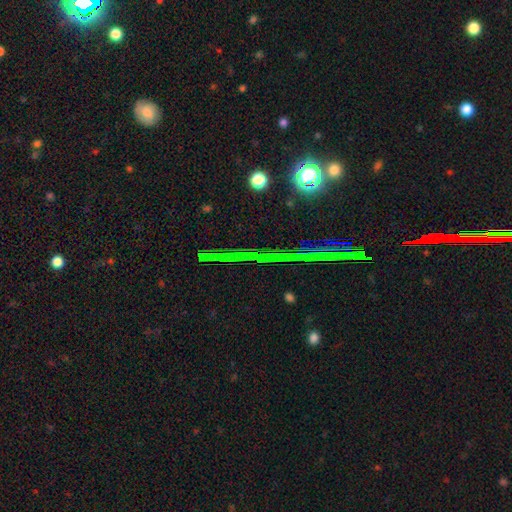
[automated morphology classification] Smooth or featured?
  - star or artifact: 78% *
  - featured or disk: 12%
  - smooth: 10%